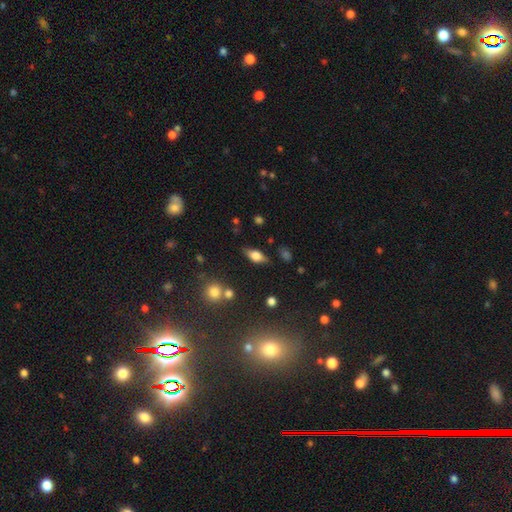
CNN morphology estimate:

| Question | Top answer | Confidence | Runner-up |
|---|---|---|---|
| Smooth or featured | smooth | 59% | featured or disk (32%) |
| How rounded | in between | 80% | cigar-shaped (15%) |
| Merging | none | 80% | minor disturbance (13%) |